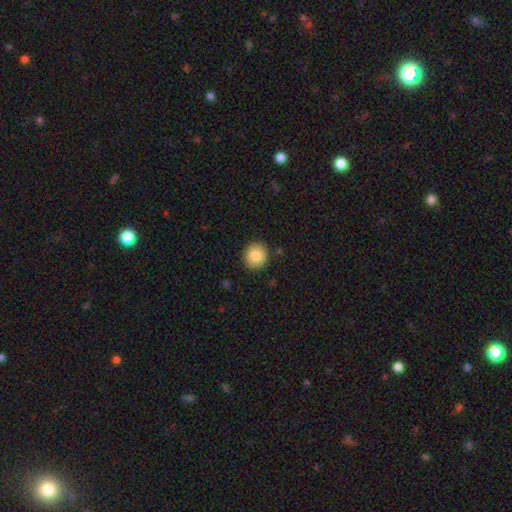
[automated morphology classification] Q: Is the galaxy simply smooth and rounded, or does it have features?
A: smooth — 86%.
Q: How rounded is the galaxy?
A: round — 91%.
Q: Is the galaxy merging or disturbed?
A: none — 90%.